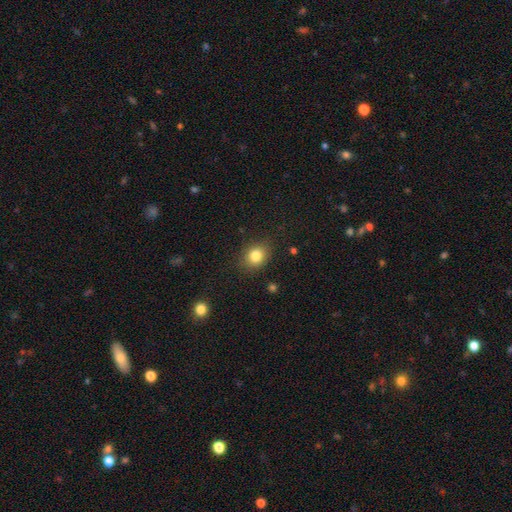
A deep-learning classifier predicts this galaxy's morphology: The model was most divided on "how rounded": round: 57%, in between: 42%, cigar-shaped: 1%. More confident: merging — none (83%); smooth or featured — smooth (82%).